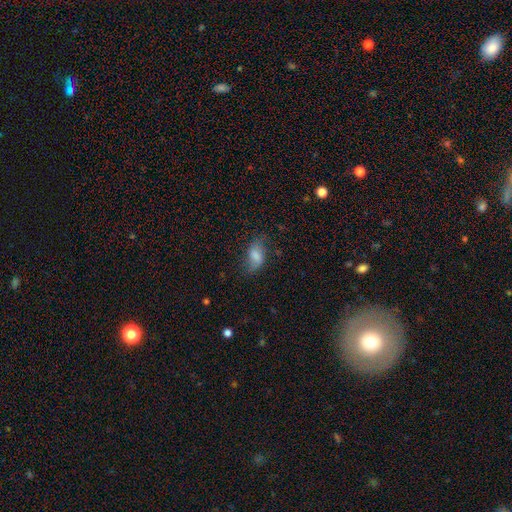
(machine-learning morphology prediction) Smooth or featured: smooth — 70% (featured or disk — 22%)
How rounded: in between — 88% (round — 9%)
Merging: none — 56% (minor disturbance — 28%)